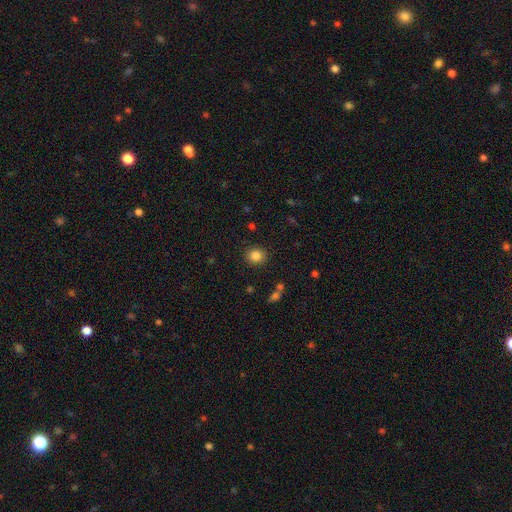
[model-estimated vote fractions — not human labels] Morphology: type=smooth (83%); roundness=round (85%); merging=none (89%).